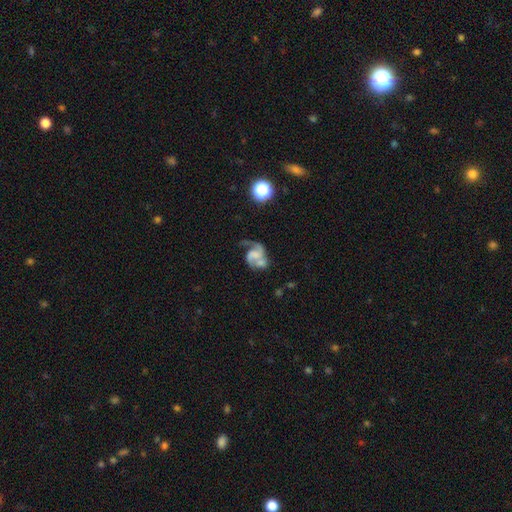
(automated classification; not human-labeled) This is likely a featured or disk galaxy (73%). It is clearly not viewed edge-on (98%). Bar: likely no (61%). Spiral arm pattern: clearly yes (88%). Spiral arm count: likely 2 (70%). Spiral winding: possibly loose (46%). Central bulge: marginally none (41%). Merging: marginally none (30%).